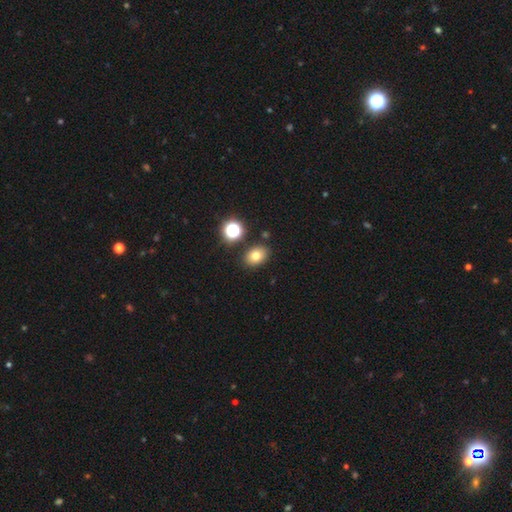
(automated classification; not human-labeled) The model was most divided on "how rounded": in between: 67%, round: 32%, cigar-shaped: 1%. More confident: merging — none (84%); smooth or featured — smooth (76%).